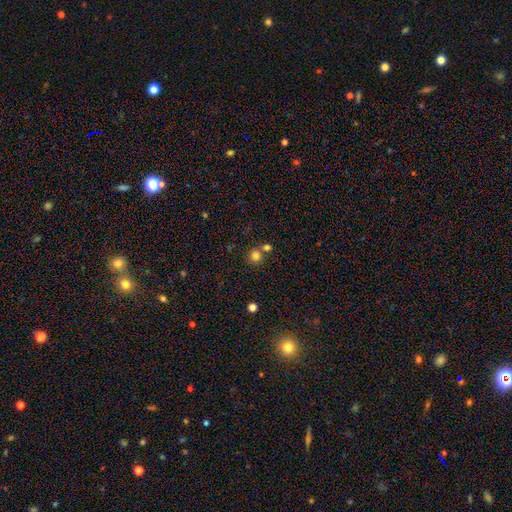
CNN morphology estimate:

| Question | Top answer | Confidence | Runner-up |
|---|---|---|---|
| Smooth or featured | smooth | 80% | star or artifact (13%) |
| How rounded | round | 91% | in between (8%) |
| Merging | none | 65% | merger (24%) |